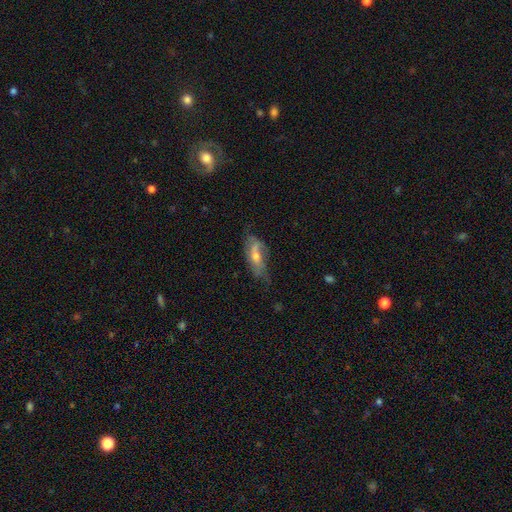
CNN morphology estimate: smooth_or_featured: featured or disk (p=0.62) [alt: smooth p=0.30]
disk_edge_on: no (p=0.80) [alt: yes p=0.20]
merging: none (p=0.50) [alt: minor disturbance p=0.29]